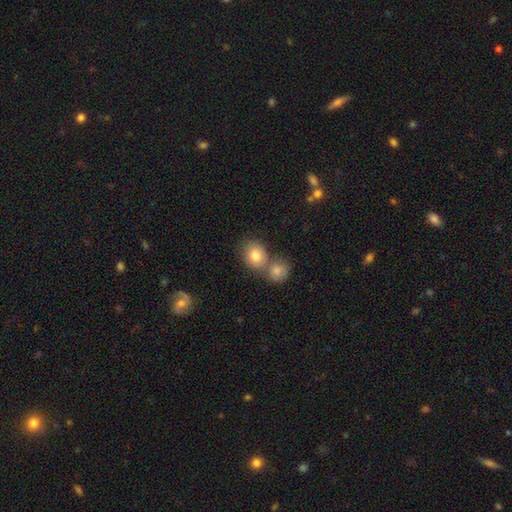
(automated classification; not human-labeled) Smooth or featured? smooth (81%)
How rounded? round (56%)
Merging? merger (45%)